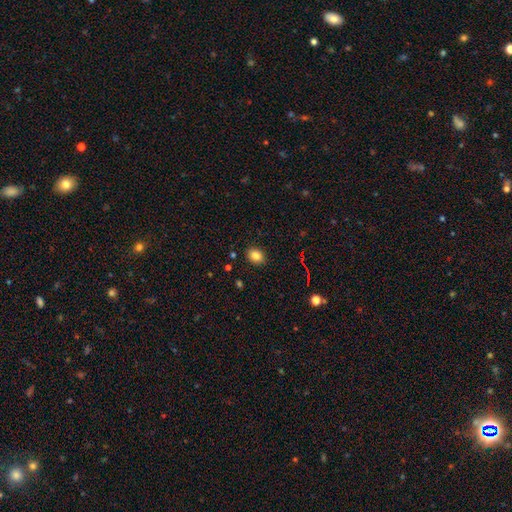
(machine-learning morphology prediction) Q: Smooth or featured?
A: smooth (83%); runner-up: star or artifact (11%)
Q: How rounded?
A: in between (55%); runner-up: round (44%)
Q: Merging?
A: none (88%); runner-up: minor disturbance (8%)